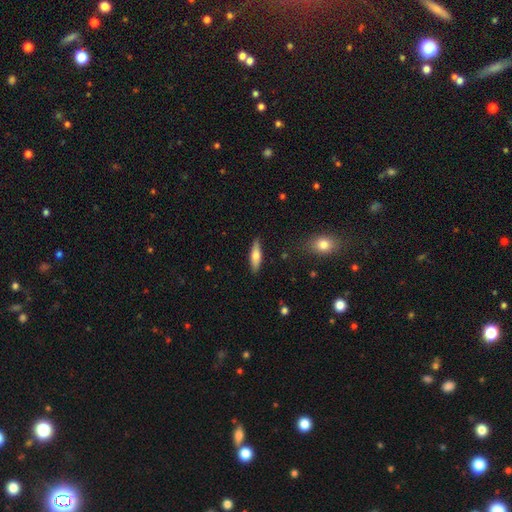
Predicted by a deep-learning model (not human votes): A smooth galaxy with no disk features (65%) that is cigar-shaped (62%).

Vote fractions:
- Smooth or featured? smooth: 65% / featured or disk: 29% / star or artifact: 6%
- How rounded? cigar-shaped: 62% / in between: 36% / round: 2%
- Merging? none: 86% / minor disturbance: 10% / major disturbance: 2% / merger: 2%